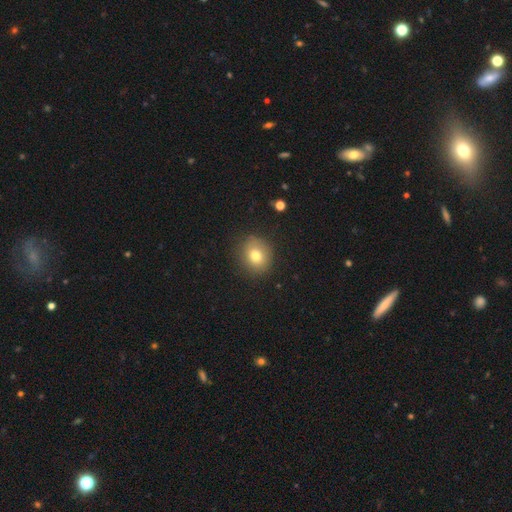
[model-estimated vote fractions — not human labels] Smooth or featured? Predicted: smooth (p=0.77). How rounded? Predicted: round (p=0.76). Merging? Predicted: none (p=0.84).